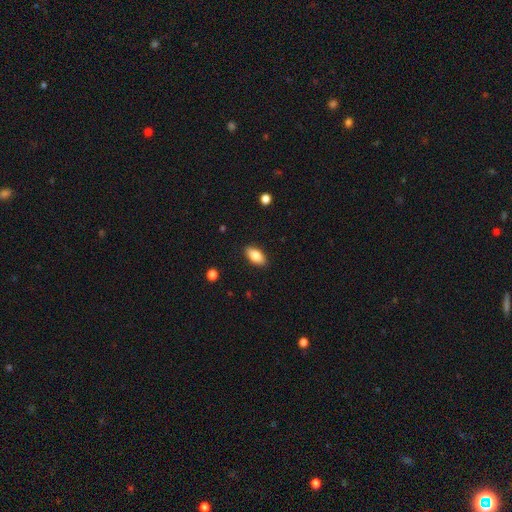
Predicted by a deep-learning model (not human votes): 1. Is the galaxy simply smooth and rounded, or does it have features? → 82% smooth, 11% featured or disk, 7% star or artifact.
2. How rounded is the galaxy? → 90% in between, 7% cigar-shaped, 3% round.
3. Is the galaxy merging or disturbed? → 88% none, 9% minor disturbance, 2% major disturbance, 1% merger.